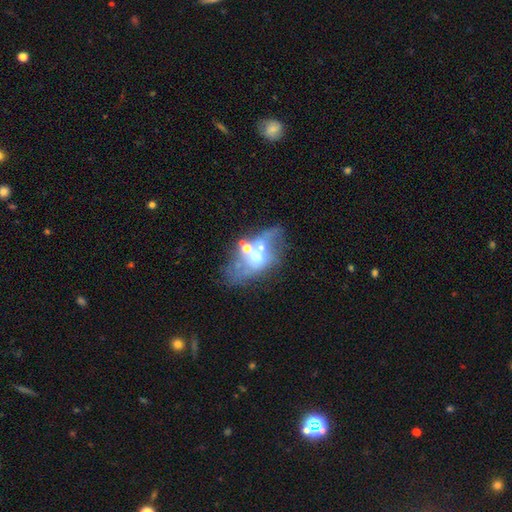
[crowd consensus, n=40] This is likely a featured or disk galaxy (78%). It is clearly not viewed edge-on (97%). Bar: likely no (73%). Spiral arm pattern: possibly no (57%). Central bulge: marginally moderate (43%). Merging: possibly none (49%).